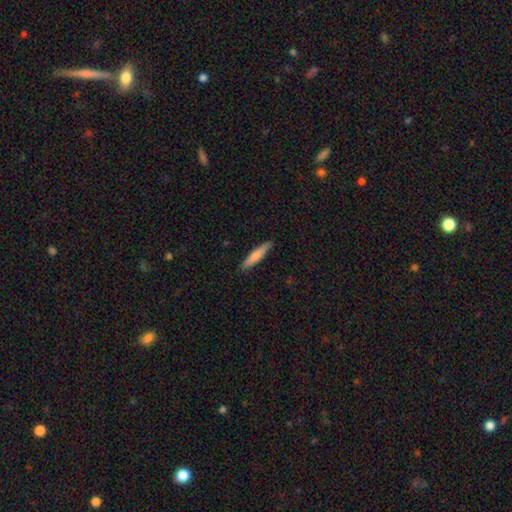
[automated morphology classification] Overall: smooth (73%). How rounded: cigar-shaped (89%). Merging: none (90%).